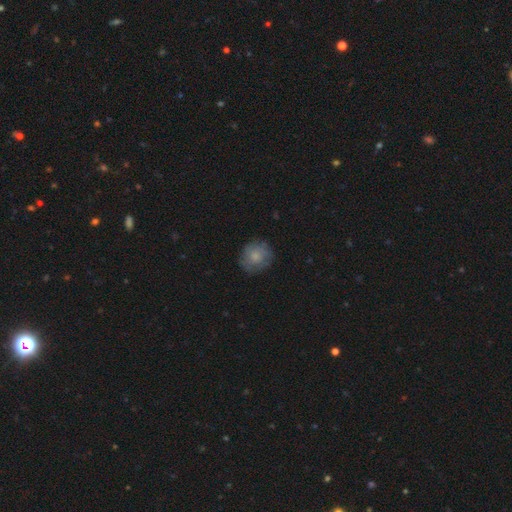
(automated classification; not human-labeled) A smooth galaxy with no disk features (70%) that is round (88%).

Vote fractions:
- Smooth or featured? smooth: 70% / featured or disk: 22% / star or artifact: 7%
- How rounded? round: 88% / in between: 11% / cigar-shaped: 1%
- Merging? none: 77% / minor disturbance: 17% / major disturbance: 5% / merger: 1%